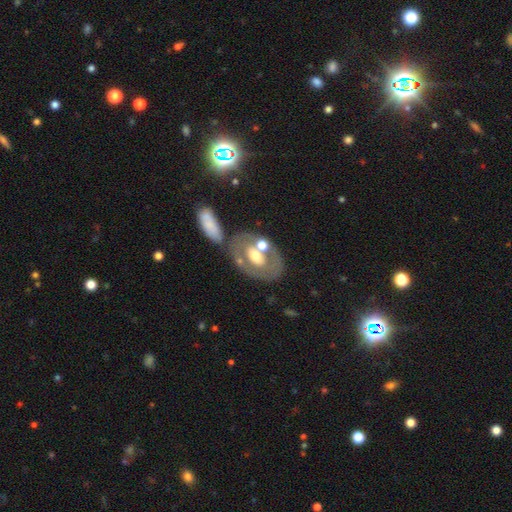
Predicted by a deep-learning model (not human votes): Morphology: type=featured or disk (58%); edge-on=no (91%); bar=no (71%); spiral arms=no (84%); bulge=moderate (65%); merging=none (59%).